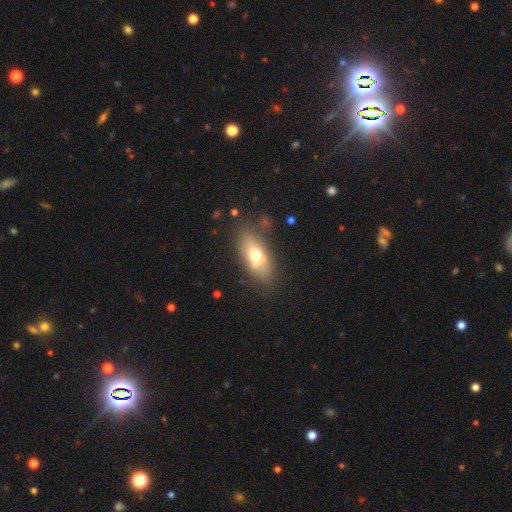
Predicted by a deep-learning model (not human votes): Smooth or featured? smooth (63%)
How rounded? in between (81%)
Merging? none (74%)